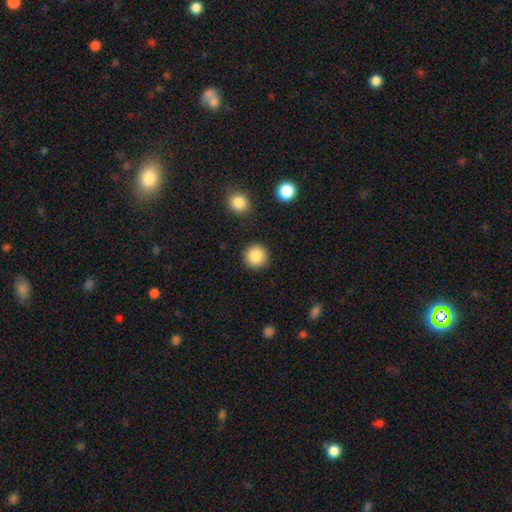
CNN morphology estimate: This is clearly a smooth galaxy (86%). How rounded: clearly round (95%). Merging: clearly none (90%).